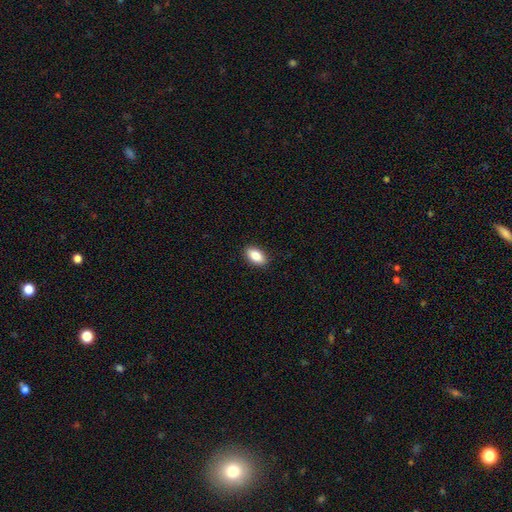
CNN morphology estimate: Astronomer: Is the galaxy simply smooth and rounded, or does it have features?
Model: smooth — 86%.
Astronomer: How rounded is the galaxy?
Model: in between — 91%.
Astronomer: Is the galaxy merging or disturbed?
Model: none — 90%.